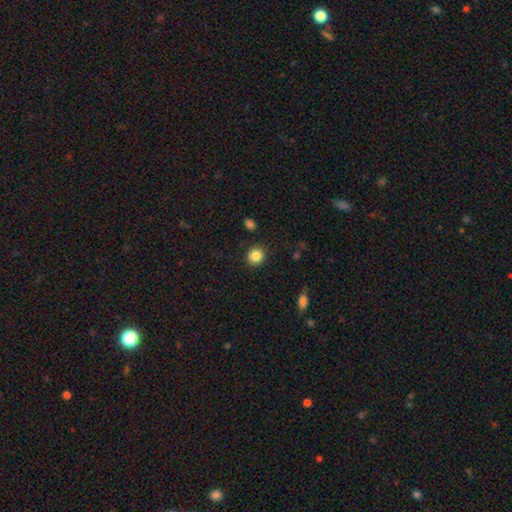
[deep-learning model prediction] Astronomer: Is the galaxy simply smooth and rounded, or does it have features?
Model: smooth — 86%.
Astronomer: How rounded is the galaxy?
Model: round — 84%.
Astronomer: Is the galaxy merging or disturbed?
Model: none — 90%.